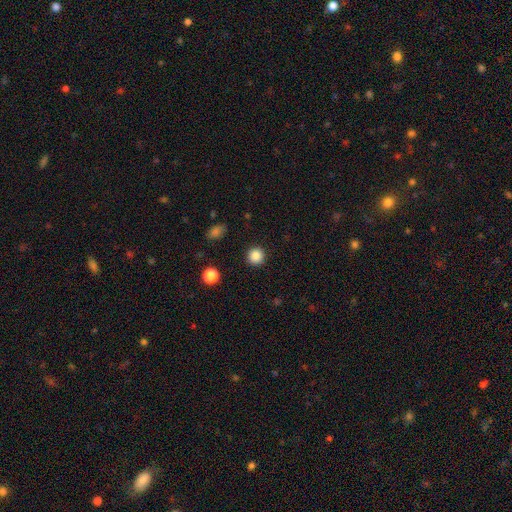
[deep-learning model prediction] A smooth galaxy with no disk features (86%) that is round (94%).

Vote fractions:
- Smooth or featured? smooth: 86% / star or artifact: 10% / featured or disk: 3%
- How rounded? round: 94% / in between: 5% / cigar-shaped: 1%
- Merging? none: 92% / minor disturbance: 5% / major disturbance: 2% / merger: 1%